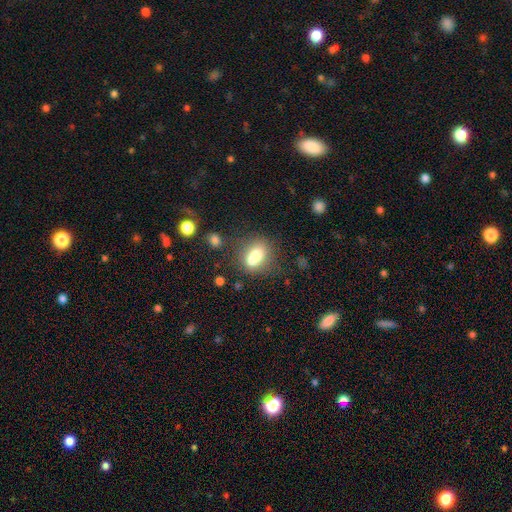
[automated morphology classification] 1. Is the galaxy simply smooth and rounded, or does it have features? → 68% smooth, 21% featured or disk, 11% star or artifact.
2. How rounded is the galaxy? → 50% round, 48% in between, 2% cigar-shaped.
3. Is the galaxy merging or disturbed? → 46% merger, 38% none, 11% minor disturbance, 5% major disturbance.